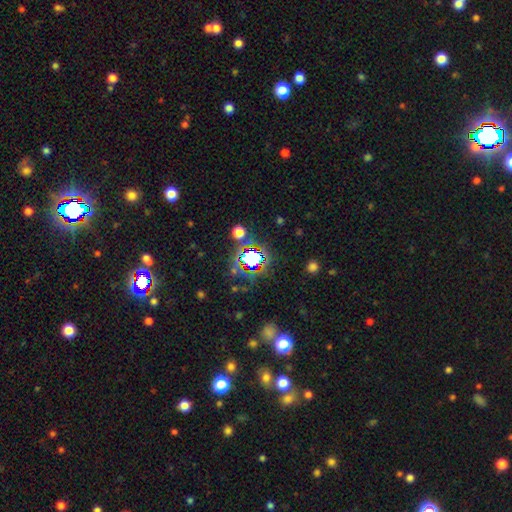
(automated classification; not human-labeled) Overall: star or artifact (66%).